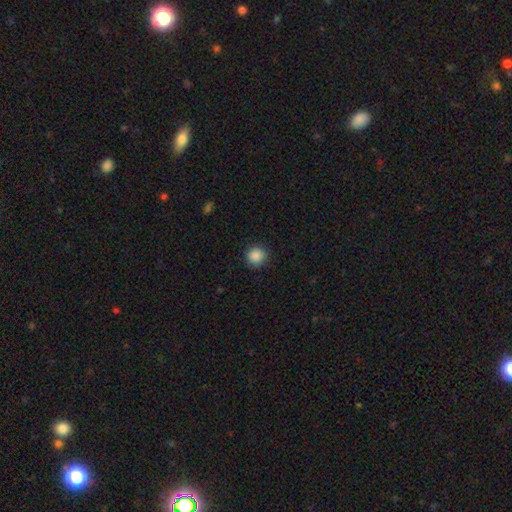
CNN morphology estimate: Smooth or featured? smooth (88%)
How rounded? round (93%)
Merging? none (89%)